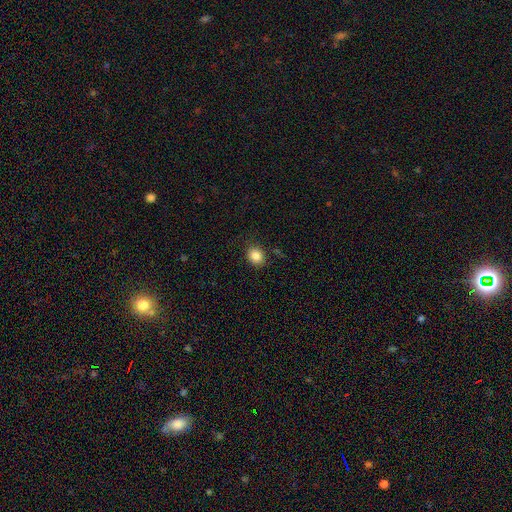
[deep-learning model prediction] Smooth or featured: smooth — 86% (star or artifact — 10%)
How rounded: round — 68% (in between — 31%)
Merging: none — 84% (minor disturbance — 11%)